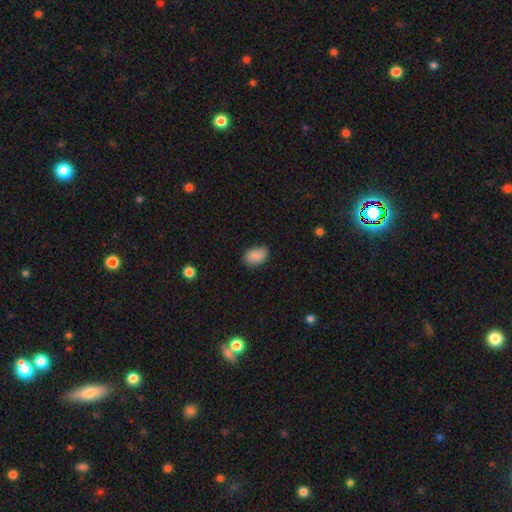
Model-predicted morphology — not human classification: smooth_or_featured: smooth (p=0.86) [alt: star or artifact p=0.08]
how_rounded: in between (p=0.82) [alt: round p=0.16]
merging: none (p=0.74) [alt: minor disturbance p=0.21]